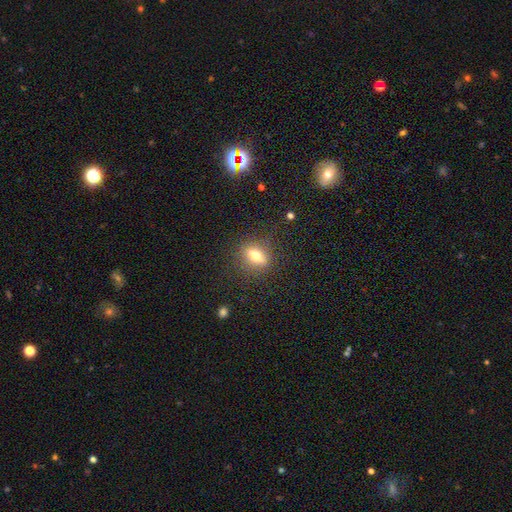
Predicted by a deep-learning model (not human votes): A smooth galaxy with no disk features (58%) that is in between round and cigar-shaped (61%). Merging: none (83%).